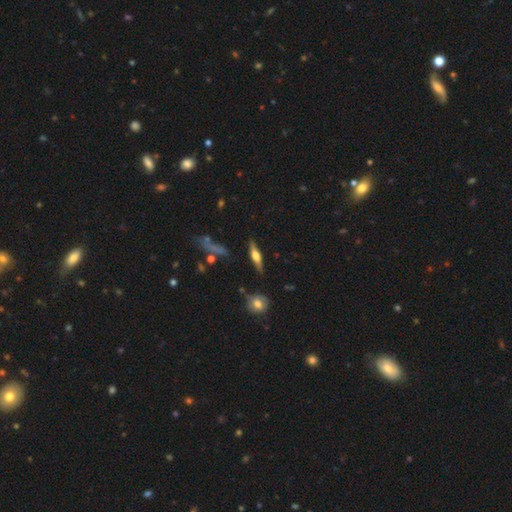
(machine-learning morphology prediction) The model was most divided on "smooth or featured": featured or disk: 56%, smooth: 37%, star or artifact: 7%. More confident: edge-on disk — yes (94%); edge-on bulge — rounded (86%); merging — none (83%).